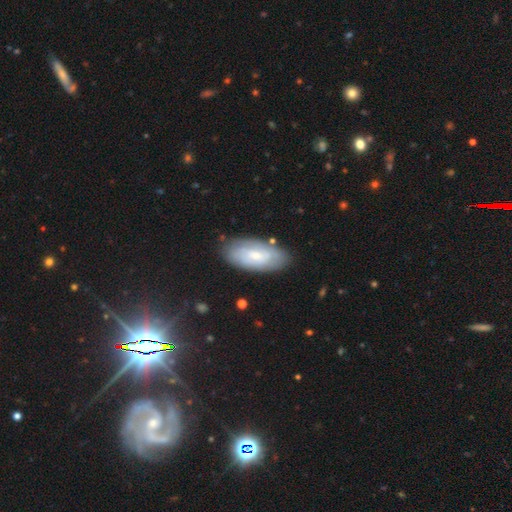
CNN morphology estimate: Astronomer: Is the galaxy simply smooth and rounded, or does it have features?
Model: smooth — 50% (runner-up: featured or disk, 44%).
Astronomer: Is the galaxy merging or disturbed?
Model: none — 79%.